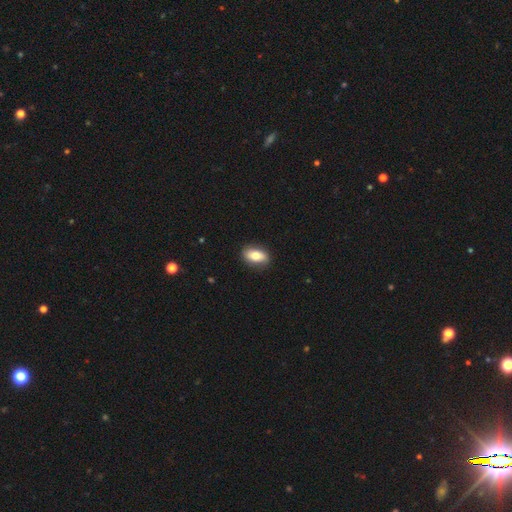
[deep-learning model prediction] Smooth or featured?
  - smooth: 74% *
  - featured or disk: 19%
  - star or artifact: 7%
How rounded?
  - in between: 87% *
  - round: 8%
  - cigar-shaped: 5%
Merging?
  - none: 86% *
  - minor disturbance: 11%
  - major disturbance: 2%
  - merger: 1%